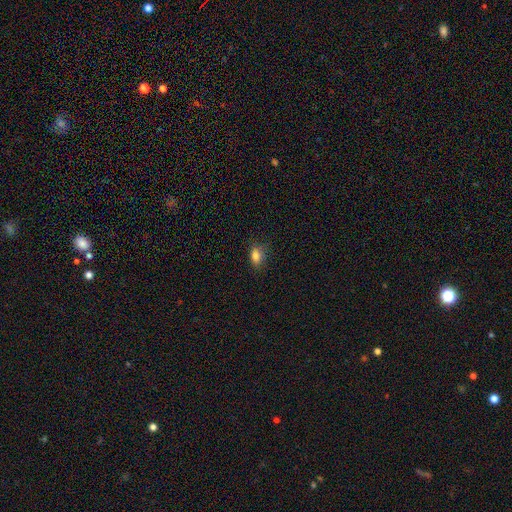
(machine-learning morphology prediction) smooth-or-featured: smooth: 81% | star or artifact: 12% | featured or disk: 7%
  how-rounded: in between: 80% | round: 16% | cigar-shaped: 4%
  merging: none: 76% | minor disturbance: 19% | major disturbance: 4% | merger: 1%